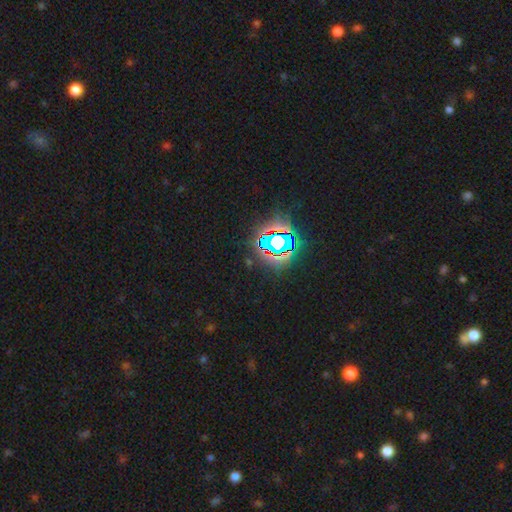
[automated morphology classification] A star or artifact, not a galaxy (84%).